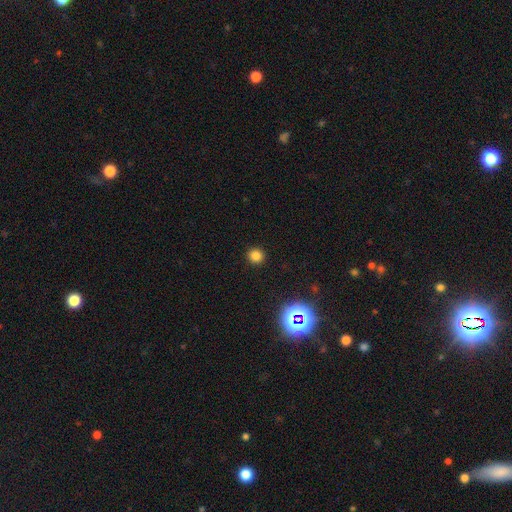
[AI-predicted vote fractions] Smooth or featured?
  - smooth: 79% *
  - star or artifact: 16%
  - featured or disk: 5%
How rounded?
  - round: 94% *
  - in between: 5%
  - cigar-shaped: 1%
Merging?
  - none: 92% *
  - minor disturbance: 5%
  - major disturbance: 2%
  - merger: 1%